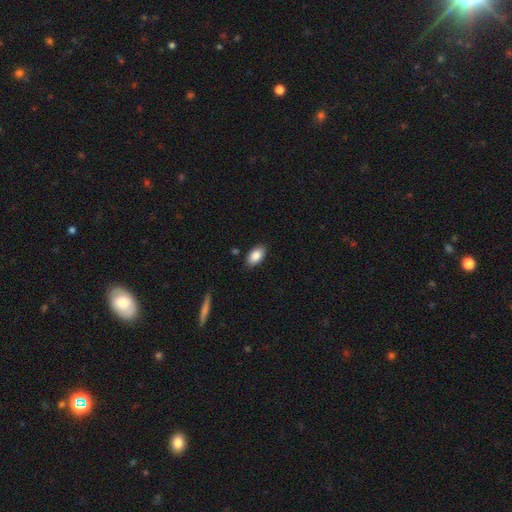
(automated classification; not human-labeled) Q: Smooth or featured?
A: smooth (87%); runner-up: star or artifact (7%)
Q: How rounded?
A: in between (93%); runner-up: round (5%)
Q: Merging?
A: none (84%); runner-up: minor disturbance (12%)